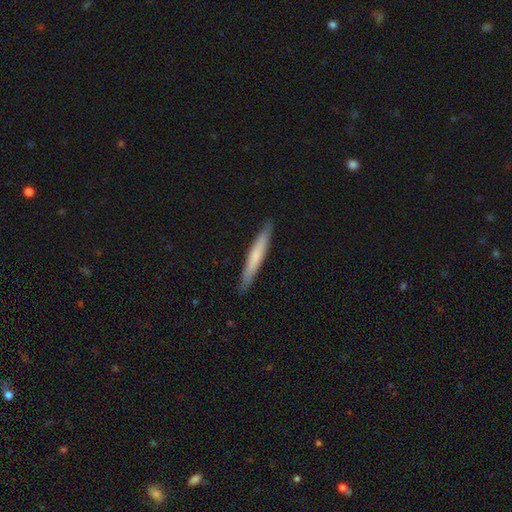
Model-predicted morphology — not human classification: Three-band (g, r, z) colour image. It shows a smooth galaxy with no disk features (59%) that is cigar-shaped (96%). Merging: none (91%).